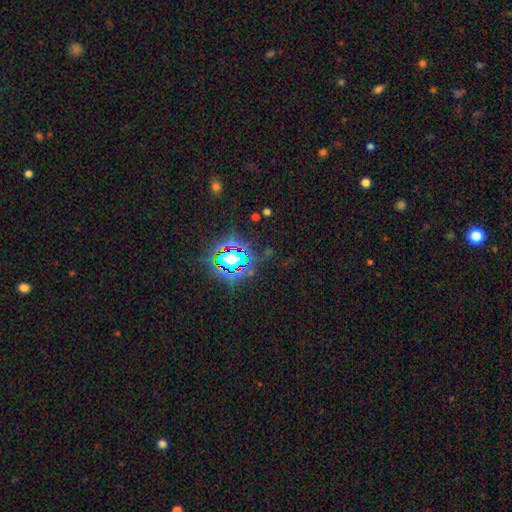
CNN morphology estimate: Q: Smooth or featured?
A: star or artifact (82%); runner-up: smooth (11%)